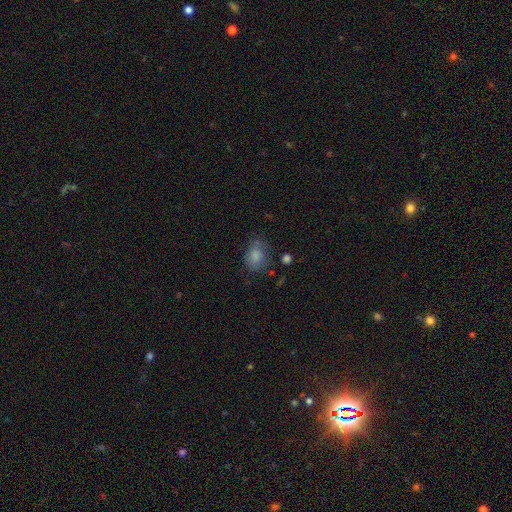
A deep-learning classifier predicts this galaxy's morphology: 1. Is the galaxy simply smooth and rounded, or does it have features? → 82% smooth, 10% star or artifact, 8% featured or disk.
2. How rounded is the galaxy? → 58% in between, 41% round, 1% cigar-shaped.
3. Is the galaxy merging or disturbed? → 56% none, 26% minor disturbance, 10% major disturbance, 7% merger.